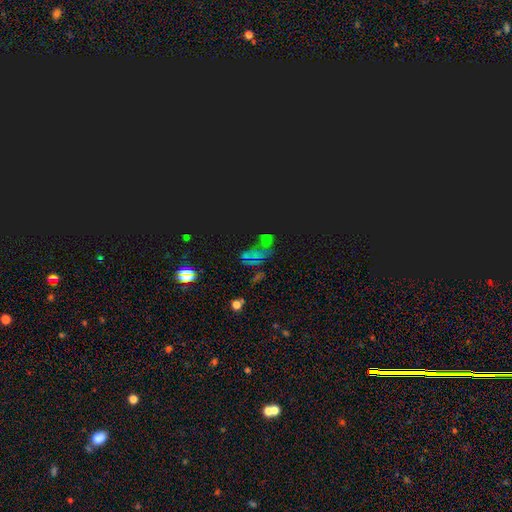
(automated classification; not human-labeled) Morphology: type=star or artifact (56%).